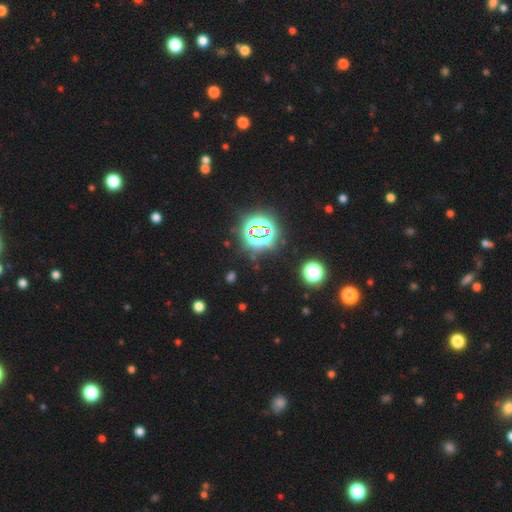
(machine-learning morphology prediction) Smooth or featured? star or artifact (75%)